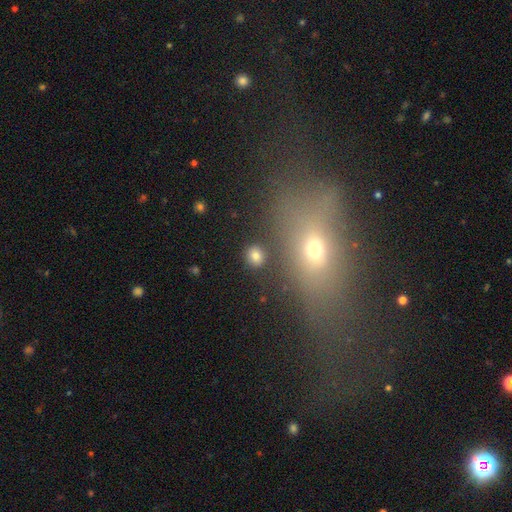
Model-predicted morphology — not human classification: Q: Smooth or featured?
A: smooth (81%); runner-up: star or artifact (12%)
Q: How rounded?
A: round (81%); runner-up: in between (18%)
Q: Merging?
A: none (86%); runner-up: minor disturbance (7%)